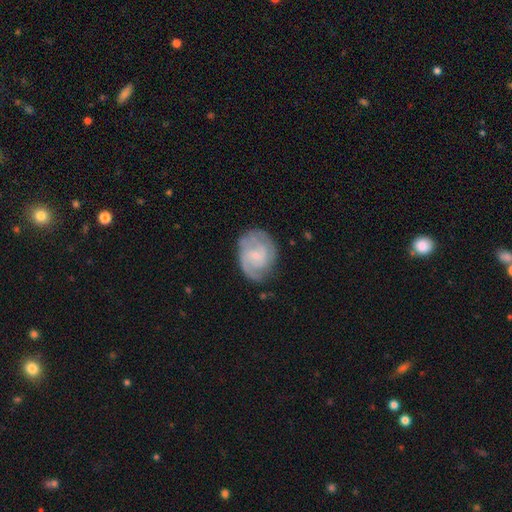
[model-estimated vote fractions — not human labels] Q: Smooth or featured?
A: featured or disk (78%); runner-up: smooth (16%)
Q: Edge-on disk?
A: no (98%); runner-up: yes (2%)
Q: Bar?
A: no (56%); runner-up: weak (39%)
Q: Spiral arms?
A: yes (94%); runner-up: no (6%)
Q: Spiral winding?
A: tight (44%); runner-up: medium (43%)
Q: Spiral arm count?
A: 2 (50%); runner-up: can't tell (22%)
Q: Bulge size?
A: small (77%); runner-up: moderate (16%)
Q: Merging?
A: none (69%); runner-up: minor disturbance (21%)